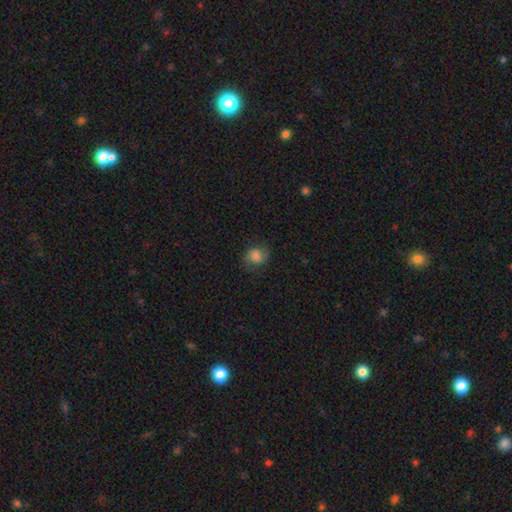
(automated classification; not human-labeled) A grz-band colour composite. It shows a smooth galaxy with no disk features (70%) that is round (64%). Merging: none (72%).